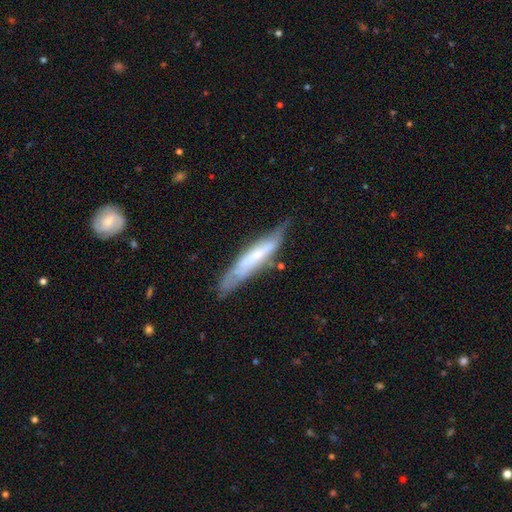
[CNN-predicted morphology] A featured or disk galaxy (52%) viewed edge-on (67%).

Vote fractions:
- Smooth or featured? featured or disk: 52% / smooth: 41% / star or artifact: 7%
- Edge-on disk? yes: 67% / no: 33%
- Merging? none: 62% / minor disturbance: 27% / major disturbance: 8% / merger: 3%